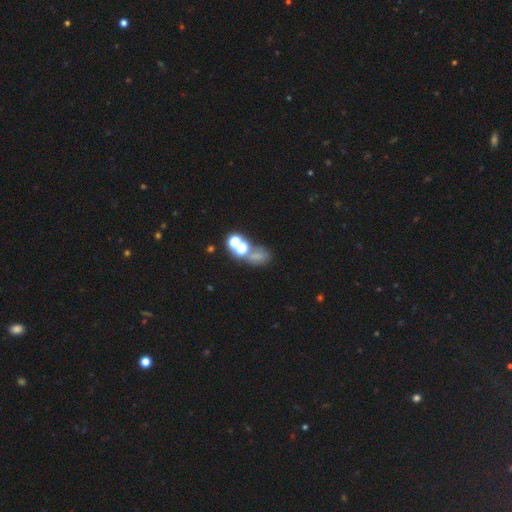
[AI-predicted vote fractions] Q: Smooth or featured?
A: smooth (45%); runner-up: star or artifact (35%)
Q: Merging?
A: none (40%); runner-up: merger (35%)